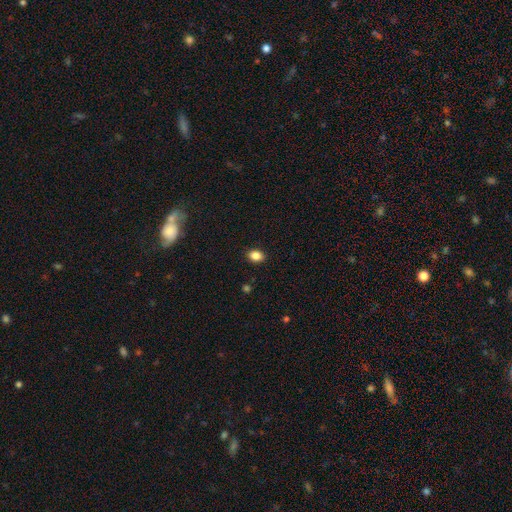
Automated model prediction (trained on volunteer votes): This appears to be a smooth galaxy with no disk features (86%) that is in between round and cigar-shaped (74%). Merging: none (89%).